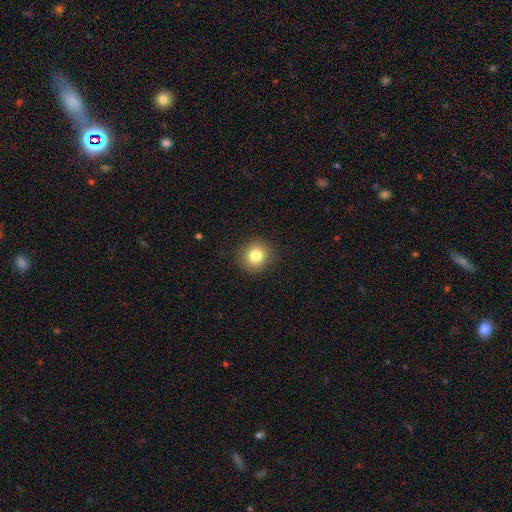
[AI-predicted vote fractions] Morphology: type=smooth (81%); roundness=round (90%); merging=none (90%).